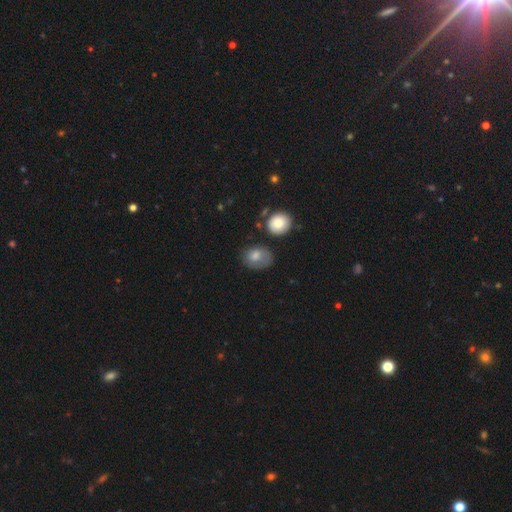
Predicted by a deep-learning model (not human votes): A smooth galaxy with no disk features (77%) that is in between round and cigar-shaped (65%). Merging: none (48%).